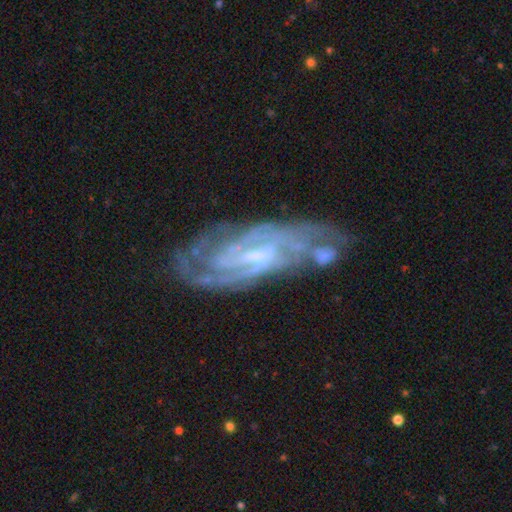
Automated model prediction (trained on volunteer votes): smooth-or-featured: featured or disk: 87% | smooth: 6% | star or artifact: 6%
  disk-edge-on: no: 92% | yes: 8%
    bar: weak: 50% | strong: 27% | no: 24%
    has-spiral-arms: yes: 96% | no: 4%
      spiral-winding: tight: 59% | medium: 33% | loose: 7%
      spiral-arm-count: 2: 33% | can't tell: 28% | 3: 18% | 4: 10% | more than 4: 5% | 1: 5%
    bulge-size: small: 67% | moderate: 22% | none: 8% | large: 2% | dominant: 1%
  merging: none: 61% | minor disturbance: 20% | merger: 10% | major disturbance: 9%